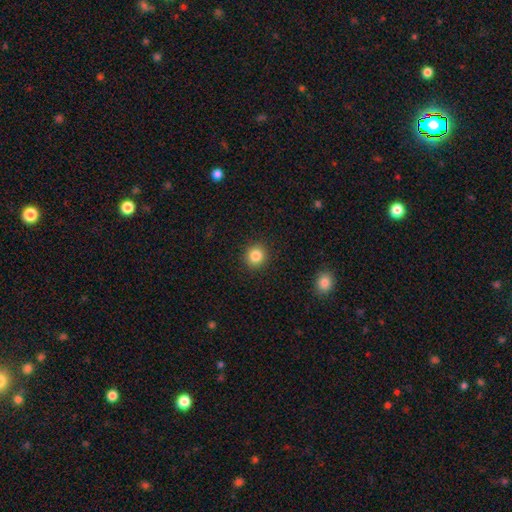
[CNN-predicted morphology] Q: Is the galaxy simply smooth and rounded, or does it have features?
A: smooth — 85%.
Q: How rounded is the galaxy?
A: round — 88%.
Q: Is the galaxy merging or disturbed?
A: none — 91%.